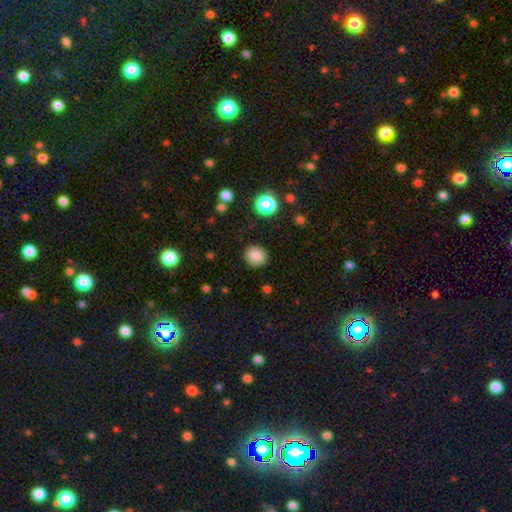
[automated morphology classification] smooth_or_featured: smooth (p=0.85) [alt: star or artifact p=0.10]
how_rounded: round (p=0.83) [alt: in between p=0.16]
merging: none (p=0.89) [alt: minor disturbance p=0.07]